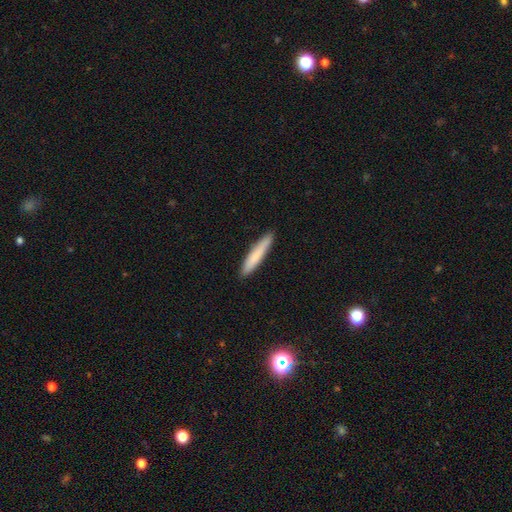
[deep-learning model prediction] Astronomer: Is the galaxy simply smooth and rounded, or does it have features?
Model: smooth — 78%.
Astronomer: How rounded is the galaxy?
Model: cigar-shaped — 93%.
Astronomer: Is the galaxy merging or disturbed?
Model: none — 90%.